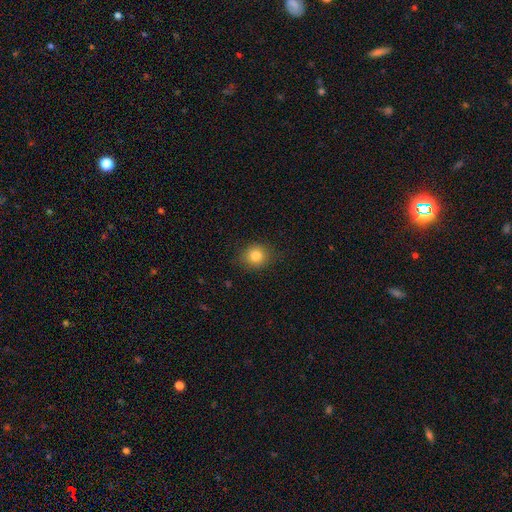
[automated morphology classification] The model was most divided on "how rounded": round: 79%, in between: 20%, cigar-shaped: 1%. More confident: merging — none (85%); smooth or featured — smooth (81%).